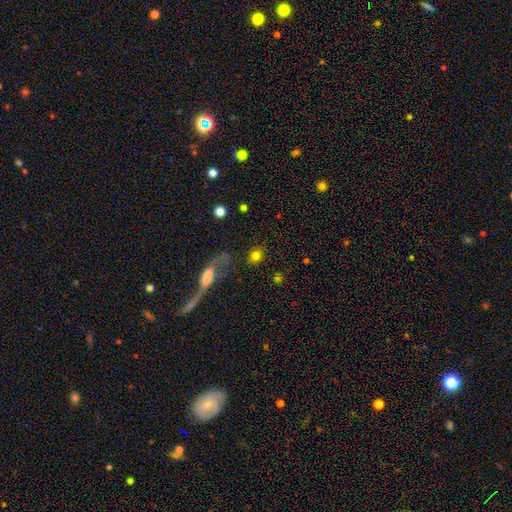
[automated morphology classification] smooth 78%, featured or disk 11%, star or artifact 11%. Down the decision tree: how rounded — round (63%); merging — none (76%).